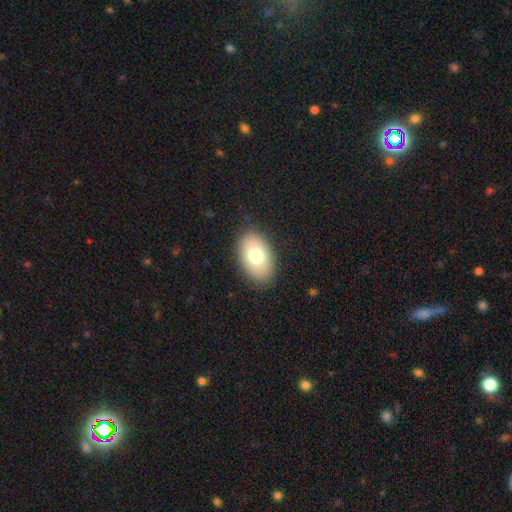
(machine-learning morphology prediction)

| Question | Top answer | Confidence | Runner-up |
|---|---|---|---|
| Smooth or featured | smooth | 75% | featured or disk (17%) |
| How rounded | in between | 88% | round (11%) |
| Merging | none | 85% | minor disturbance (11%) |